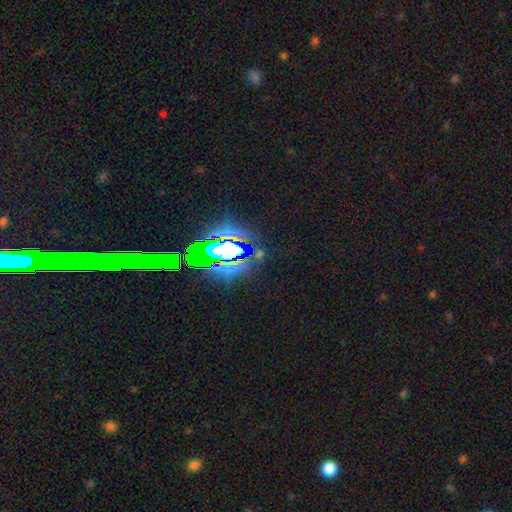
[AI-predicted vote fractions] Smooth or featured? Predicted: star or artifact (p=0.64).